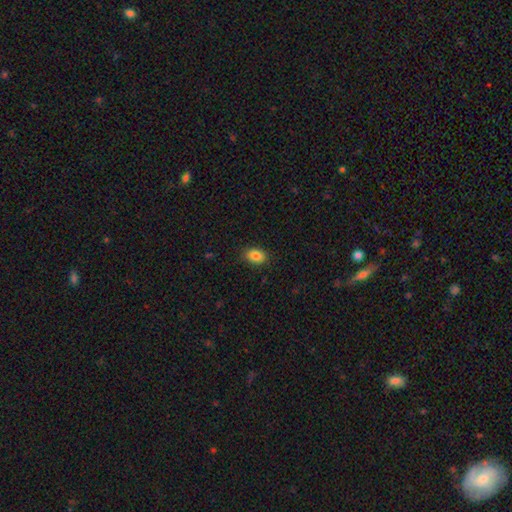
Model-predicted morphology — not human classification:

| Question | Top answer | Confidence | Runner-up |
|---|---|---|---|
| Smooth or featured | smooth | 87% | star or artifact (9%) |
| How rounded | in between | 85% | round (13%) |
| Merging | none | 86% | minor disturbance (10%) |